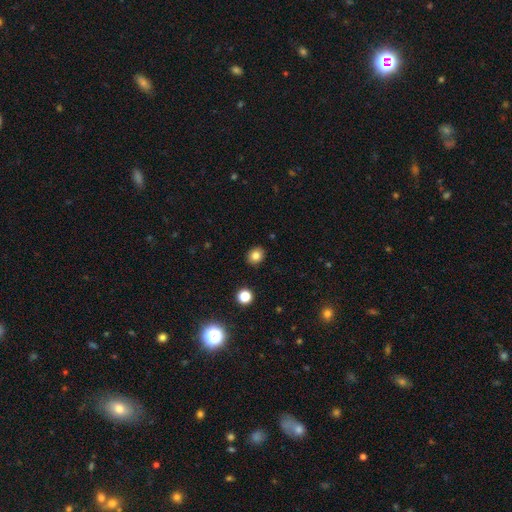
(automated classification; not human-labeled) Morphology: type=smooth (81%); roundness=round (67%); merging=none (90%).